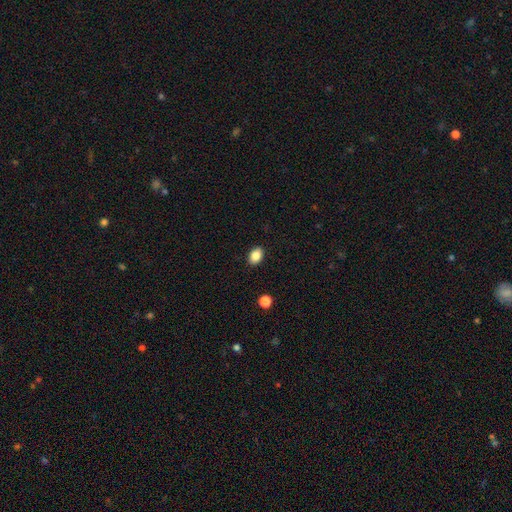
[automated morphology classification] The model was most divided on "how rounded": in between: 82%, round: 17%, cigar-shaped: 1%. More confident: merging — none (89%); smooth or featured — smooth (86%).